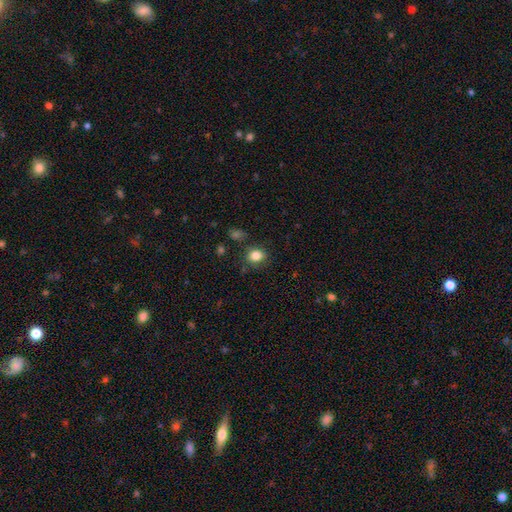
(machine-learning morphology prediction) Overall: smooth (84%). How rounded: round (57%; in between 42%). Merging: none (79%).